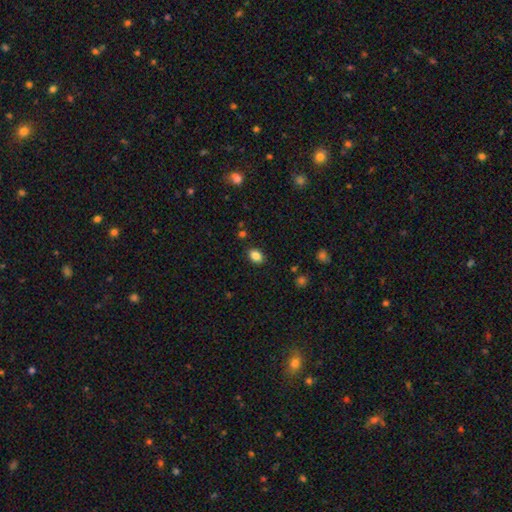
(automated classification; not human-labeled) Overall: smooth (85%). How rounded: in between (72%). Merging: none (87%).